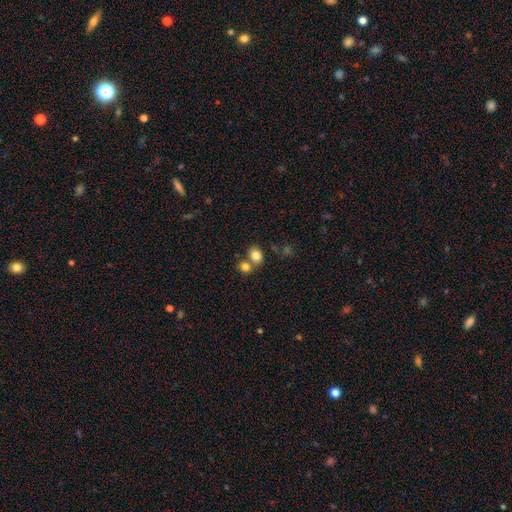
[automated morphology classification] A smooth galaxy with no disk features (82%) that is round (53%).

Vote fractions:
- Smooth or featured? smooth: 82% / star or artifact: 10% / featured or disk: 8%
- How rounded? round: 53% / in between: 46% / cigar-shaped: 1%
- Merging? none: 50% / merger: 38% / minor disturbance: 9% / major disturbance: 3%